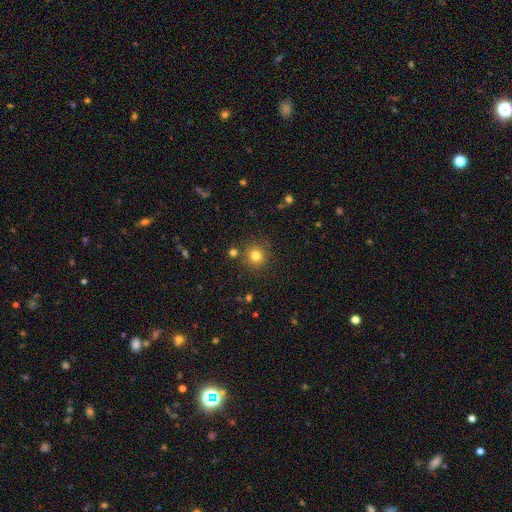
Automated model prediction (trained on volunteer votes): Overall: smooth (80%). How rounded: round (91%). Merging: none (84%).